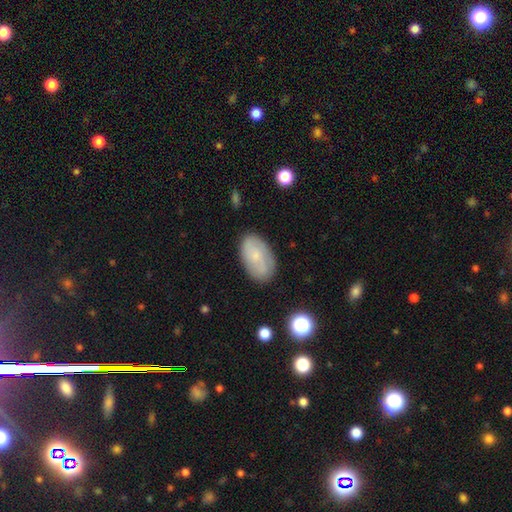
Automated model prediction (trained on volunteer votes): Morphology: type=smooth (56%); roundness=in between (91%); merging=none (80%).